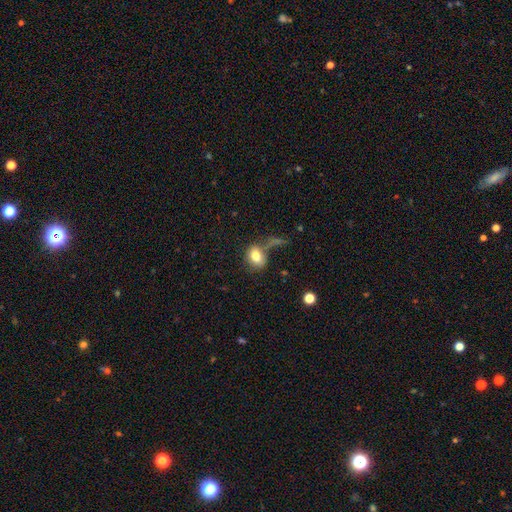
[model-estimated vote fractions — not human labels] Overall: smooth (78%). How rounded: in between (69%). Merging: none (43%; major disturbance 22%).